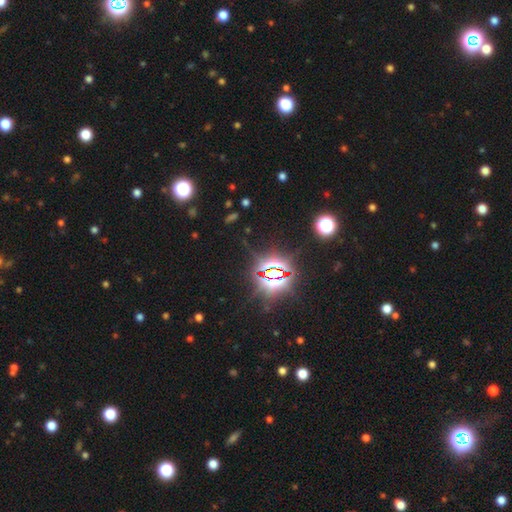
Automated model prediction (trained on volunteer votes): smooth-or-featured: star or artifact: 84% | smooth: 9% | featured or disk: 6%